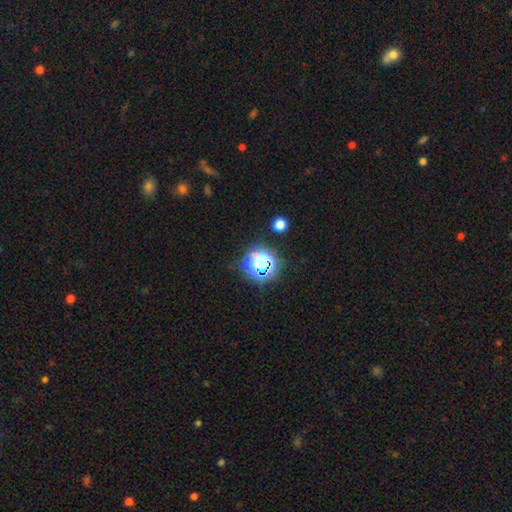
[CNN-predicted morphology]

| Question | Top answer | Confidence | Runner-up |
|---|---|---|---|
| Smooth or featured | star or artifact | 64% | smooth (27%) |